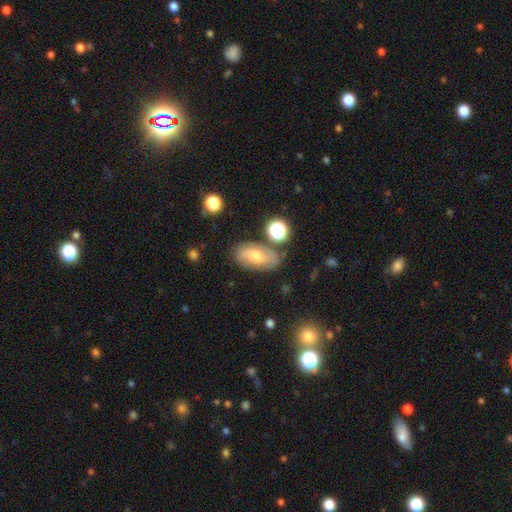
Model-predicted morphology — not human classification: A smooth galaxy with no disk features (52%) that is in between round and cigar-shaped (88%).

Vote fractions:
- Smooth or featured? smooth: 52% / featured or disk: 36% / star or artifact: 11%
- How rounded? in between: 88% / round: 7% / cigar-shaped: 5%
- Merging? none: 70% / minor disturbance: 18% / merger: 7% / major disturbance: 6%